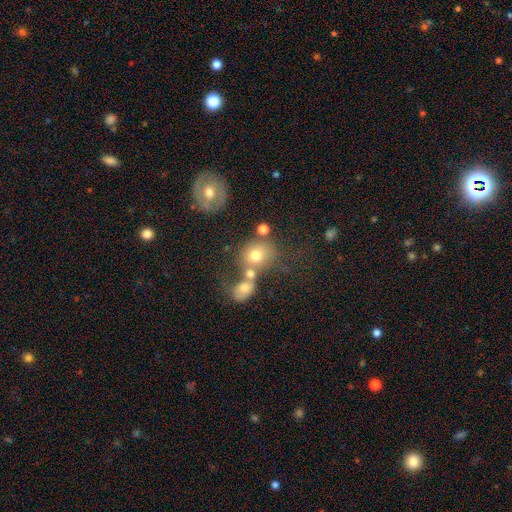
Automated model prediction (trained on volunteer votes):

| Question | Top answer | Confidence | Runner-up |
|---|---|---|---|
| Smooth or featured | smooth | 68% | featured or disk (18%) |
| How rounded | round | 66% | in between (33%) |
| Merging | merger | 40% | none (37%) |